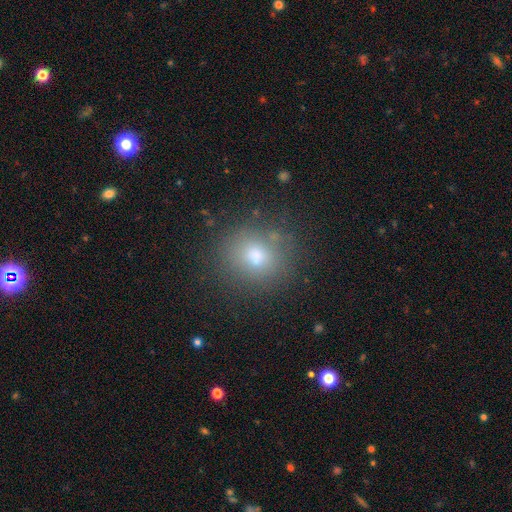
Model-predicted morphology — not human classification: A smooth galaxy with no disk features (73%) that is round (84%).

Vote fractions:
- Smooth or featured? smooth: 73% / star or artifact: 18% / featured or disk: 9%
- How rounded? round: 84% / in between: 15% / cigar-shaped: 1%
- Merging? none: 85% / minor disturbance: 10% / major disturbance: 3% / merger: 2%